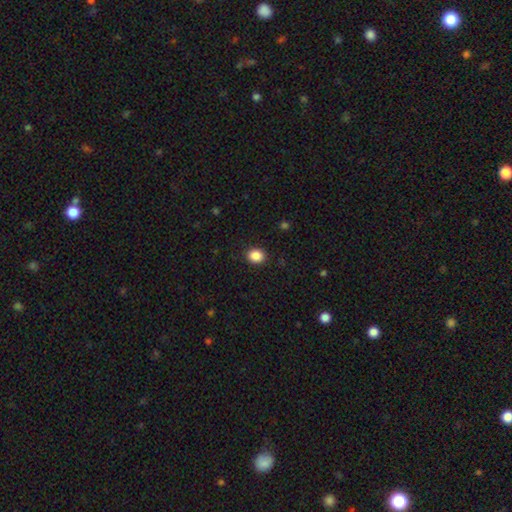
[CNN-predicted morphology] smooth 88%, star or artifact 9%, featured or disk 3%. Down the decision tree: how rounded — round (61%); merging — none (90%).